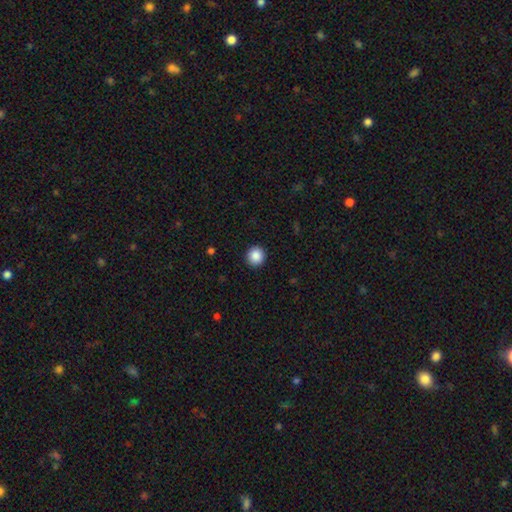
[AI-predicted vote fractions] The model was most divided on "smooth or featured": smooth: 88%, star or artifact: 9%, featured or disk: 3%. More confident: how rounded — round (94%); merging — none (93%).